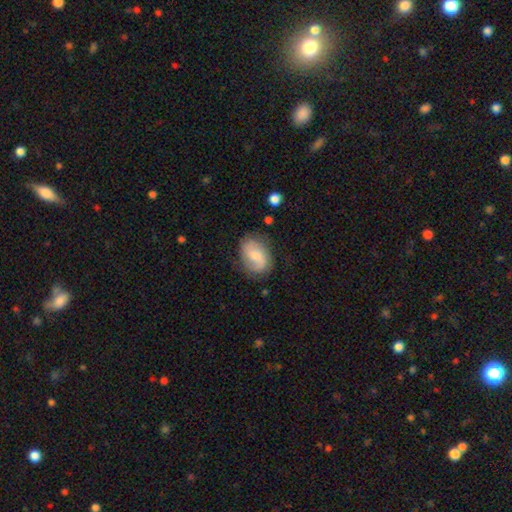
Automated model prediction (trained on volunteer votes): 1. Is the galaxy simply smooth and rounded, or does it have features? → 49% featured or disk, 44% smooth, 7% star or artifact.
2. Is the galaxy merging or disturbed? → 72% none, 19% minor disturbance, 6% major disturbance, 2% merger.